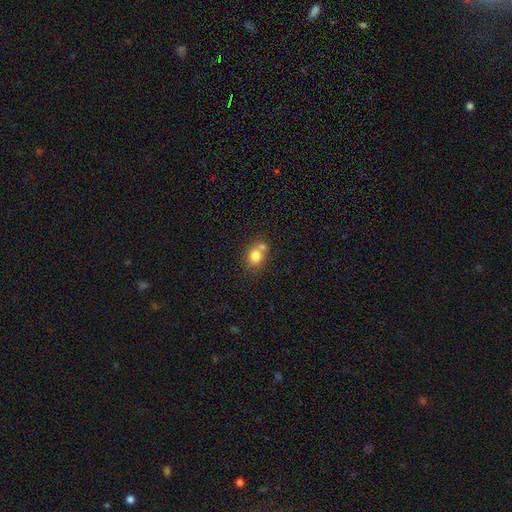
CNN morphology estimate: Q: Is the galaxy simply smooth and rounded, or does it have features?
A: smooth — 78%.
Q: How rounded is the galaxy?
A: round — 58%.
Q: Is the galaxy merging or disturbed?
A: none — 48%.